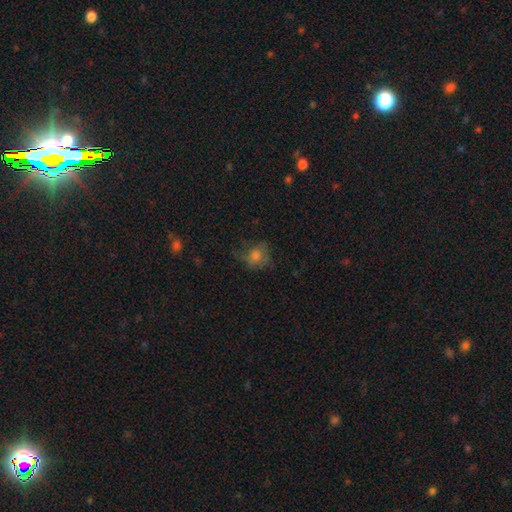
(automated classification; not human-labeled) Smooth or featured?
  - smooth: 57% *
  - featured or disk: 27%
  - star or artifact: 16%
How rounded?
  - round: 70% *
  - in between: 29%
  - cigar-shaped: 1%
Merging?
  - none: 57% *
  - minor disturbance: 24%
  - major disturbance: 18%
  - merger: 2%